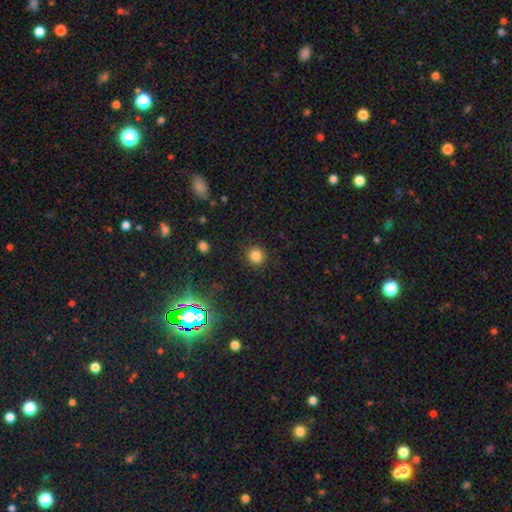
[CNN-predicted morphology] Q: Smooth or featured?
A: smooth (81%); runner-up: star or artifact (14%)
Q: How rounded?
A: round (92%); runner-up: in between (7%)
Q: Merging?
A: none (90%); runner-up: minor disturbance (6%)